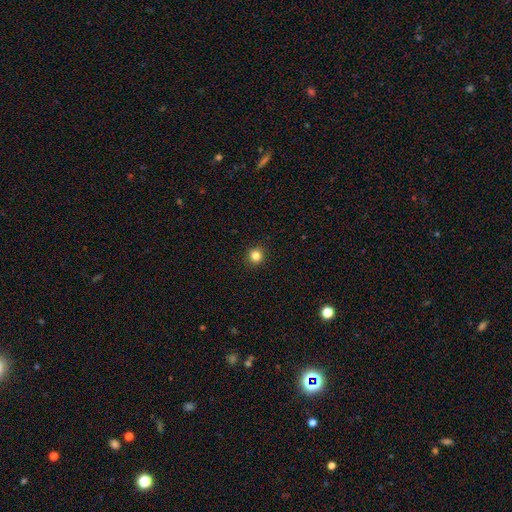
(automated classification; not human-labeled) The model was most divided on "smooth or featured": smooth: 83%, star or artifact: 12%, featured or disk: 4%. More confident: how rounded — round (93%); merging — none (93%).